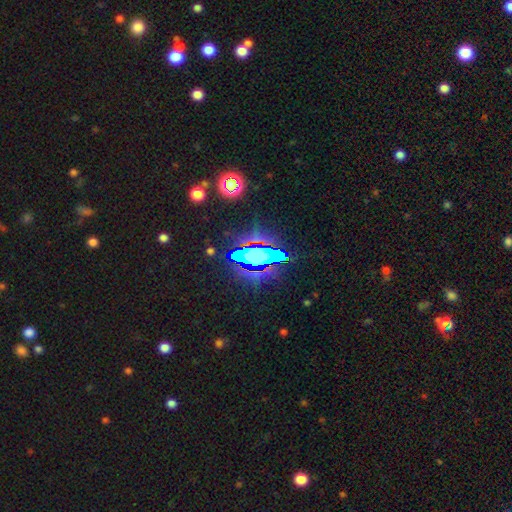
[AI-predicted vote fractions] This appears to be a star or artifact, not a galaxy (49%).